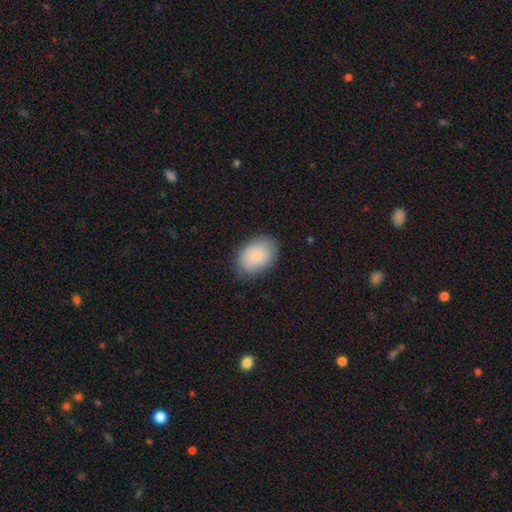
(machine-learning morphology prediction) This is clearly a smooth galaxy (86%). How rounded: likely in between (80%). Merging: likely none (80%).